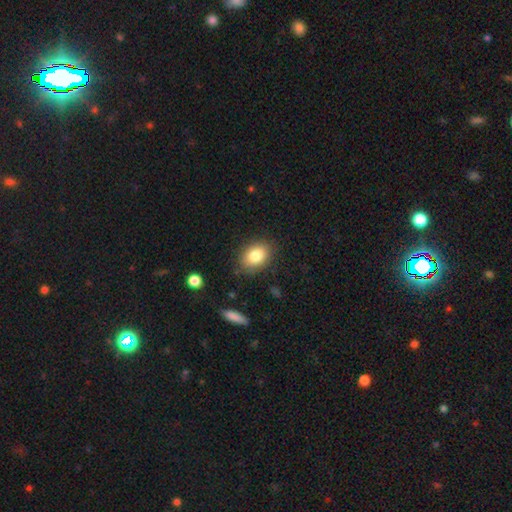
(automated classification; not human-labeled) smooth_or_featured: smooth (p=0.83) [alt: featured or disk p=0.09]
how_rounded: in between (p=0.75) [alt: round p=0.23]
merging: none (p=0.82) [alt: minor disturbance p=0.13]